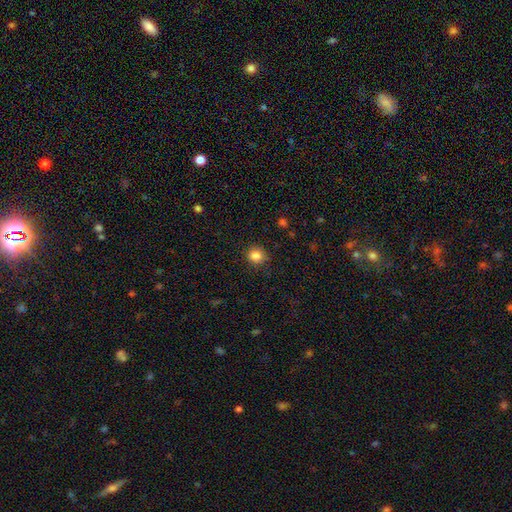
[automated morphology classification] A smooth galaxy with no disk features (84%) that is round (87%). Merging: none (87%).